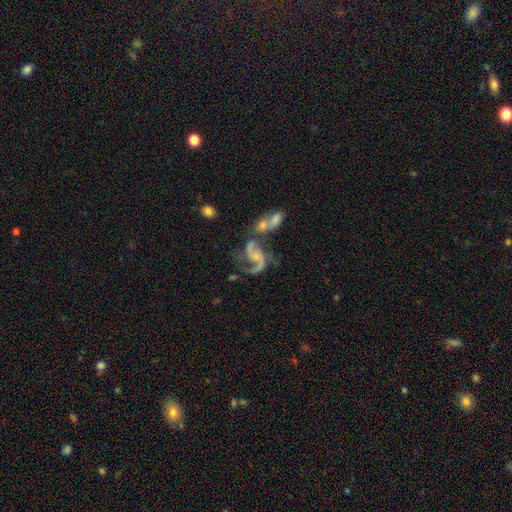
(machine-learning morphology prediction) A featured or disk galaxy (87%) with no bar (51%), 2 (82%) loose (50%) spiral arms (95%) and a small central bulge (53%). Merging: merger (43%).